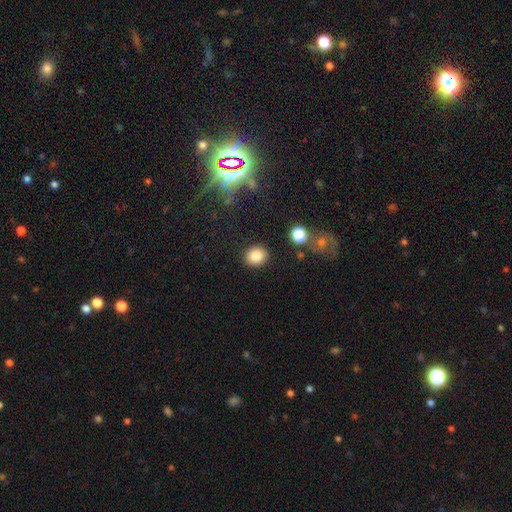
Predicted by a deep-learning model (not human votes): Overall: smooth (82%). How rounded: round (76%). Merging: none (89%).